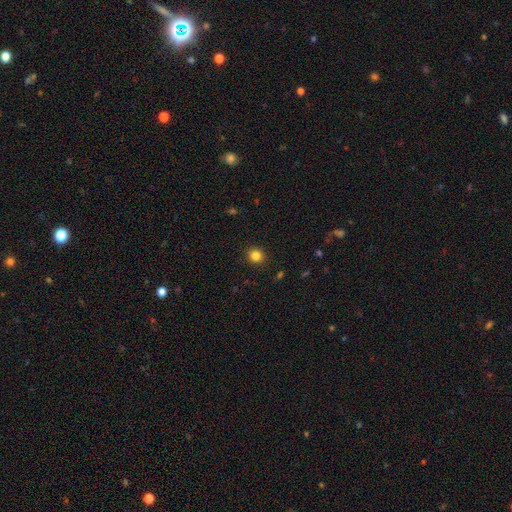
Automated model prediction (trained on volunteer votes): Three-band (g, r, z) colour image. It shows a smooth galaxy with no disk features (83%) that is round (82%). Merging: none (91%).